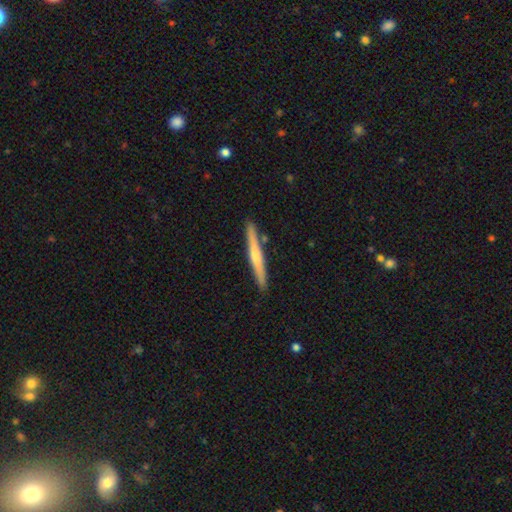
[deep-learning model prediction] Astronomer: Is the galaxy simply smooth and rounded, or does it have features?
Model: featured or disk — 49% (runner-up: smooth, 46%).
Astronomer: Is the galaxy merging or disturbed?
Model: none — 89%.